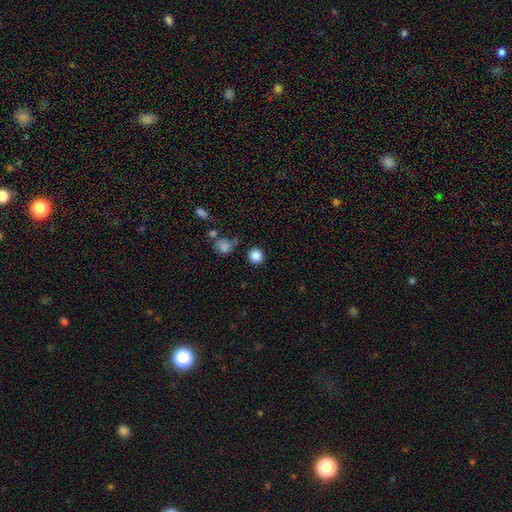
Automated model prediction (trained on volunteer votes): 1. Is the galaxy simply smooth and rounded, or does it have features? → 86% smooth, 11% star or artifact, 3% featured or disk.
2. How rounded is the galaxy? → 93% round, 6% in between, 1% cigar-shaped.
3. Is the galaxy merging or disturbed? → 86% none, 7% minor disturbance, 4% merger, 3% major disturbance.